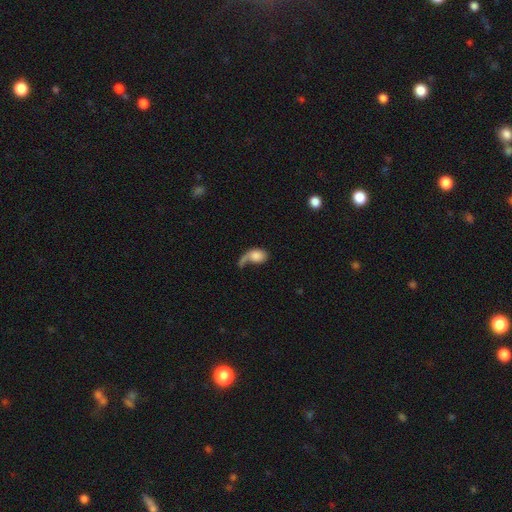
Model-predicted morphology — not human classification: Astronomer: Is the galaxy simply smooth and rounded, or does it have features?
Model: smooth — 67%.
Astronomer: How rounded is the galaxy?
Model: in between — 72%.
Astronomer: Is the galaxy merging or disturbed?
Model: major disturbance — 38% (runner-up: none, 25%).